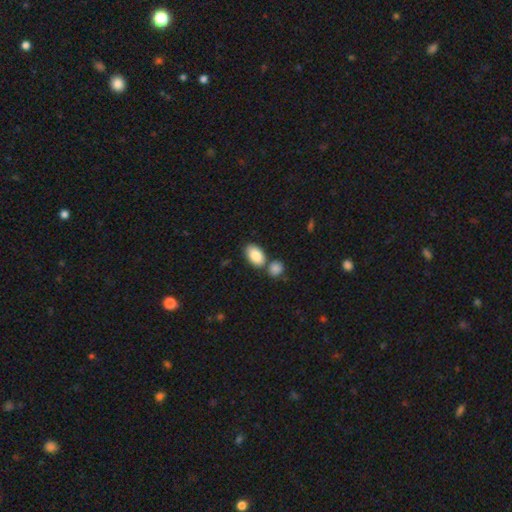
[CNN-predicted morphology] smooth 86%, featured or disk 7%, star or artifact 6%. Down the decision tree: how rounded — in between (93%); merging — none (62%).